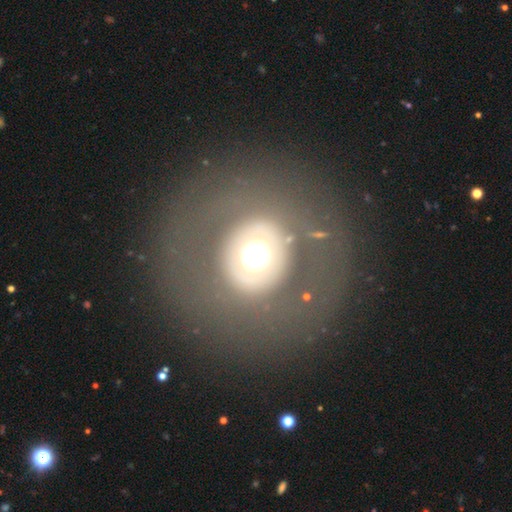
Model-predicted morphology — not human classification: Smooth or featured? Predicted: smooth (p=0.50). Merging? Predicted: none (p=0.77).